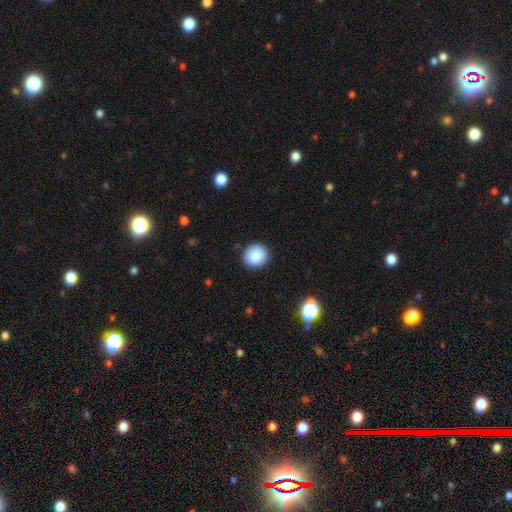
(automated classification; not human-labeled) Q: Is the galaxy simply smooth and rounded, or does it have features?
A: smooth — 87%.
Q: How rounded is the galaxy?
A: round — 91%.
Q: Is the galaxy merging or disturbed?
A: none — 90%.